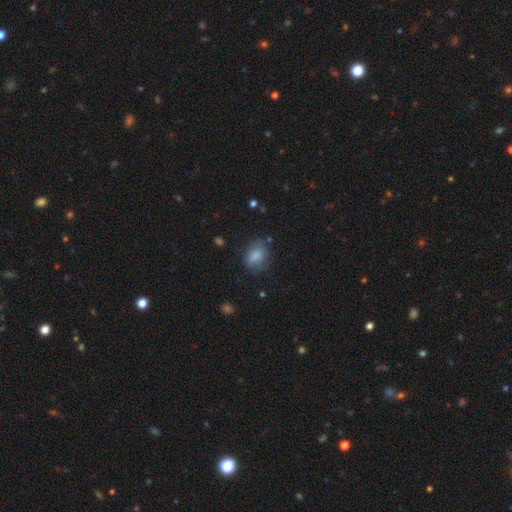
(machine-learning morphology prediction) Smooth or featured? smooth (81%)
How rounded? in between (59%)
Merging? none (68%)